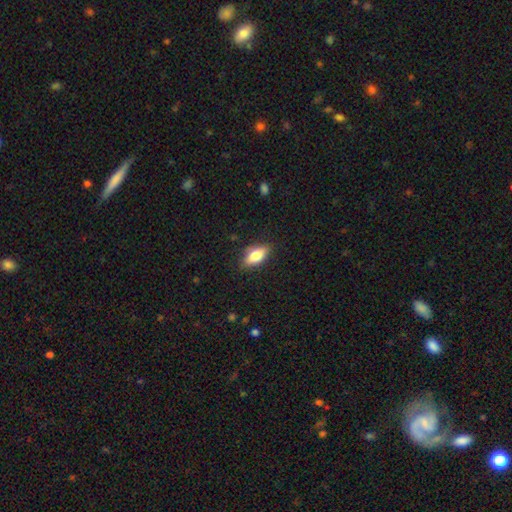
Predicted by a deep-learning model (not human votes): Smooth or featured? smooth (74%)
How rounded? in between (81%)
Merging? none (83%)